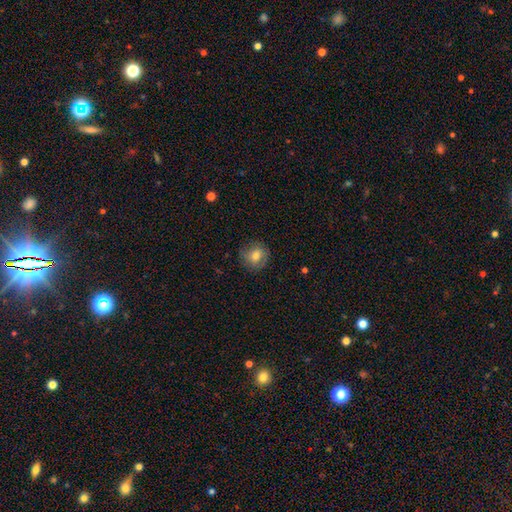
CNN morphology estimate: Smooth or featured: smooth — 69% (featured or disk — 22%)
How rounded: round — 87% (in between — 12%)
Merging: none — 81% (minor disturbance — 14%)